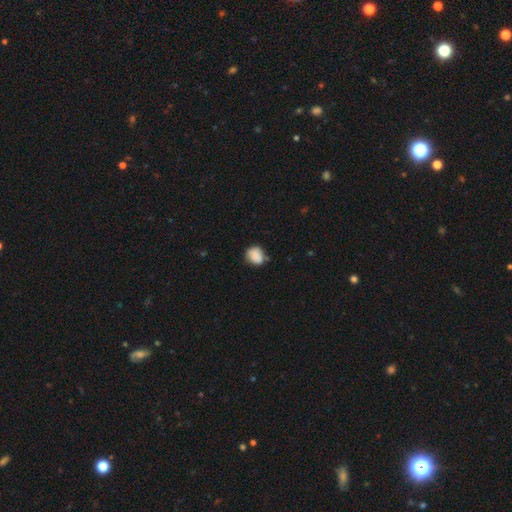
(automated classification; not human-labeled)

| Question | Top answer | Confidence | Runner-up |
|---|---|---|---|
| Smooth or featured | smooth | 85% | star or artifact (8%) |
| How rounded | round | 61% | in between (38%) |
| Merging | none | 59% | minor disturbance (29%) |